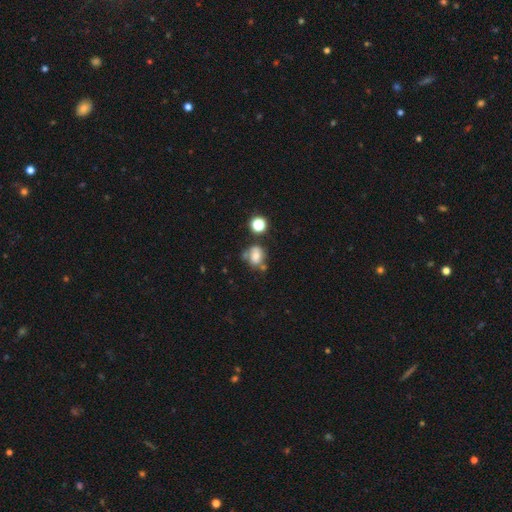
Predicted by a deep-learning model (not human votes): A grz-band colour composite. It shows a smooth galaxy with no disk features (60%) that is round (57%). Merging: none (42%).